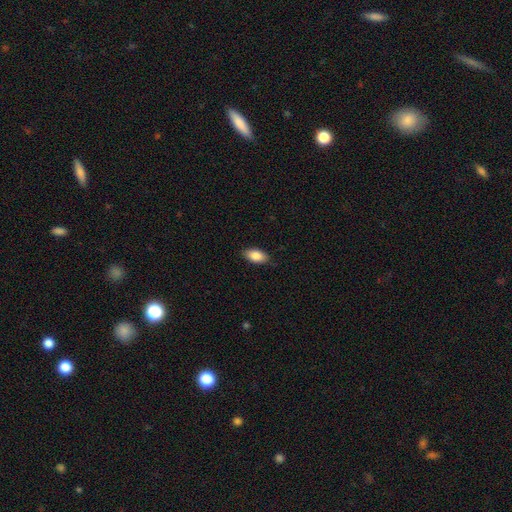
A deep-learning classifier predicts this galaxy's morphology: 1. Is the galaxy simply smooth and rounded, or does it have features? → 86% smooth, 7% featured or disk, 7% star or artifact.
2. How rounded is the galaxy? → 93% in between, 4% round, 3% cigar-shaped.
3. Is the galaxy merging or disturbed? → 86% none, 11% minor disturbance, 2% major disturbance, 1% merger.